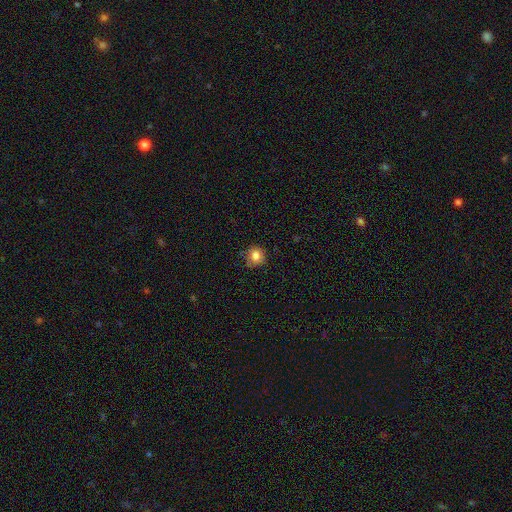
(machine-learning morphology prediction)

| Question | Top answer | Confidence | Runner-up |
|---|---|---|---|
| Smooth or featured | smooth | 82% | star or artifact (11%) |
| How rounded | round | 89% | in between (10%) |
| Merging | none | 78% | minor disturbance (17%) |